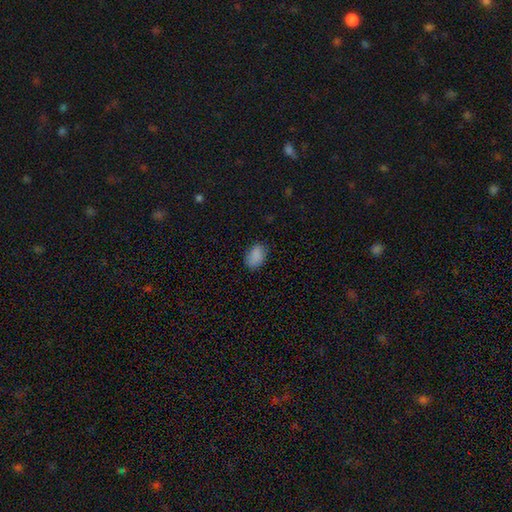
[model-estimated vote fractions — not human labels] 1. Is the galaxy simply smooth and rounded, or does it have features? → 86% smooth, 10% star or artifact, 5% featured or disk.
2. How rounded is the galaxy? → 87% in between, 11% round, 1% cigar-shaped.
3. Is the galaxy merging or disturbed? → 78% none, 17% minor disturbance, 4% major disturbance, 1% merger.